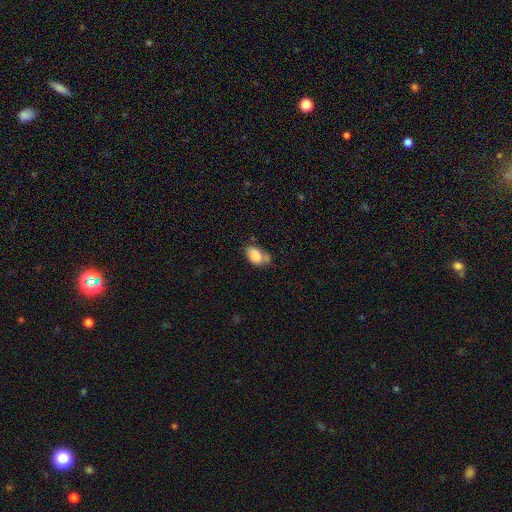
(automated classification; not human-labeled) Overall: smooth (84%). How rounded: in between (87%). Merging: none (49%; minor disturbance 28%).